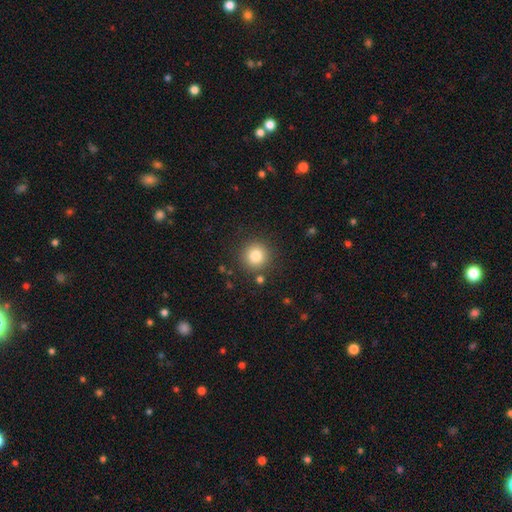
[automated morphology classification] Overall: smooth (82%). How rounded: round (94%). Merging: none (88%).